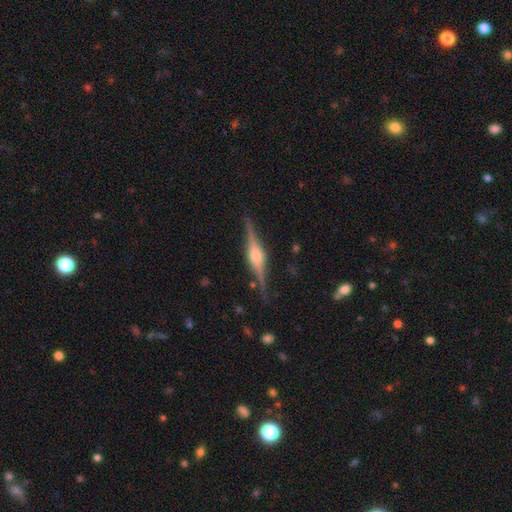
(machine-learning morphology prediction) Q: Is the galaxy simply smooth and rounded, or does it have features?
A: featured or disk — 86%.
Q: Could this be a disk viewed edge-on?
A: yes — 98%.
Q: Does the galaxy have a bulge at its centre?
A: rounded — 88%.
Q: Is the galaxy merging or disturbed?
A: none — 88%.